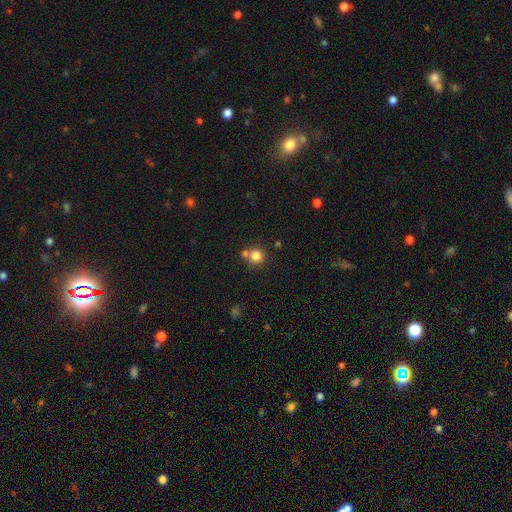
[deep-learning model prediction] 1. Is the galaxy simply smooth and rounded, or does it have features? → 81% smooth, 12% star or artifact, 6% featured or disk.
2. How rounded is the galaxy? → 92% round, 7% in between, 1% cigar-shaped.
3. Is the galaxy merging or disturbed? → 65% none, 25% merger, 8% minor disturbance, 3% major disturbance.